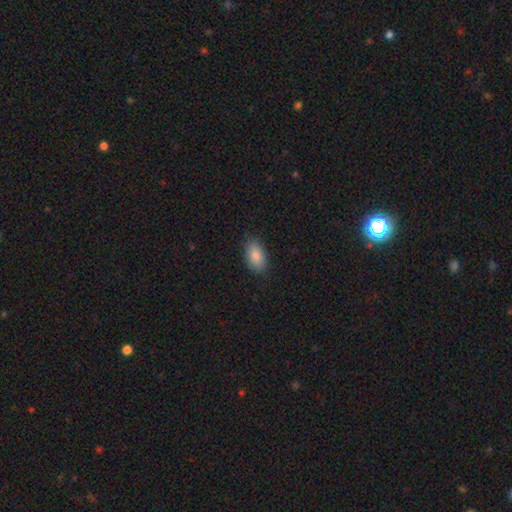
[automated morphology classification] smooth_or_featured: smooth (p=0.86) [alt: star or artifact p=0.07]
how_rounded: in between (p=0.92) [alt: round p=0.05]
merging: none (p=0.85) [alt: minor disturbance p=0.12]